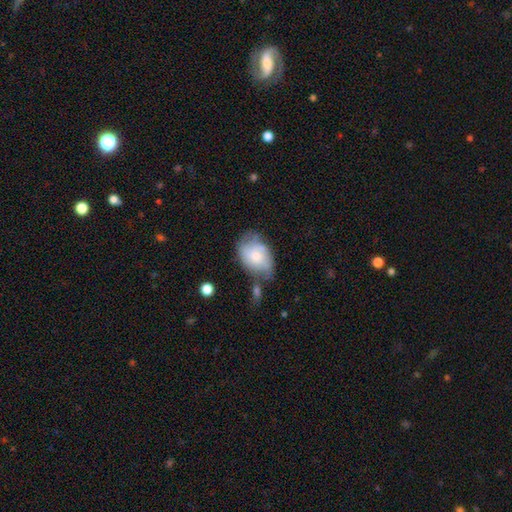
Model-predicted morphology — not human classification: Smooth or featured: smooth — 55% (featured or disk — 38%)
How rounded: in between — 82% (round — 17%)
Merging: none — 46% (minor disturbance — 31%)